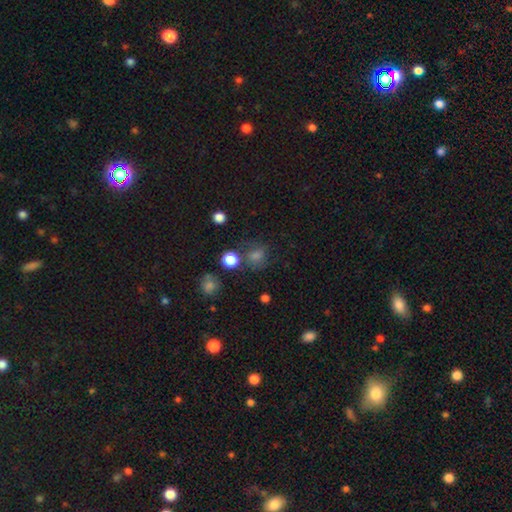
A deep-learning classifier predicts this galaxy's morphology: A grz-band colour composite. It shows a smooth galaxy with no disk features (60%) that is round (74%). Merging: none (67%).